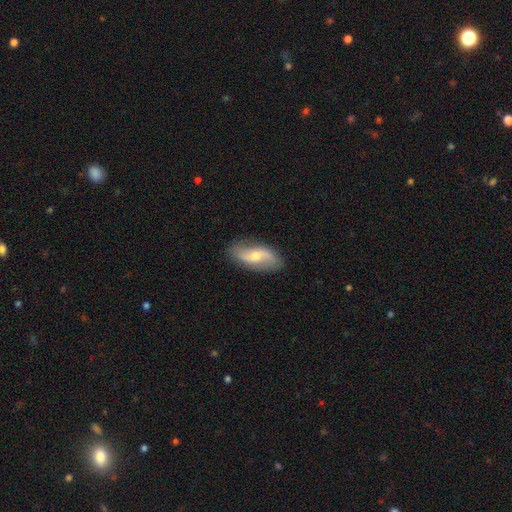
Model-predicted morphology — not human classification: type=featured or disk (71%); edge-on=no (92%); bar=no (46%); spiral arms=yes (91%); winding=loose (74%); arm count=2 (90%); bulge=moderate (52%); merging=none (83%).